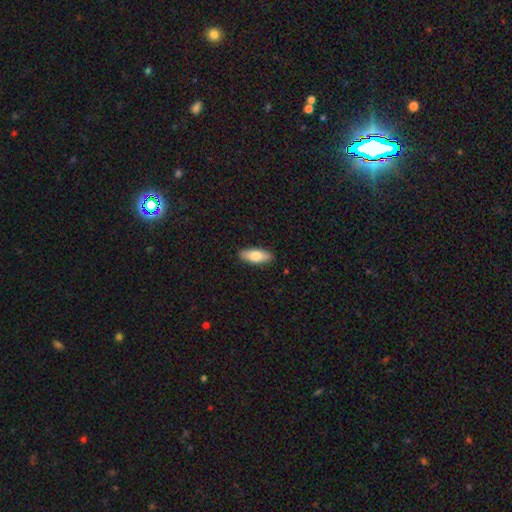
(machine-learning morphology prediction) A smooth galaxy with no disk features (78%) that is in between round and cigar-shaped (76%).

Vote fractions:
- Smooth or featured? smooth: 78% / featured or disk: 16% / star or artifact: 6%
- How rounded? in between: 76% / cigar-shaped: 22% / round: 2%
- Merging? none: 88% / minor disturbance: 9% / major disturbance: 2% / merger: 1%